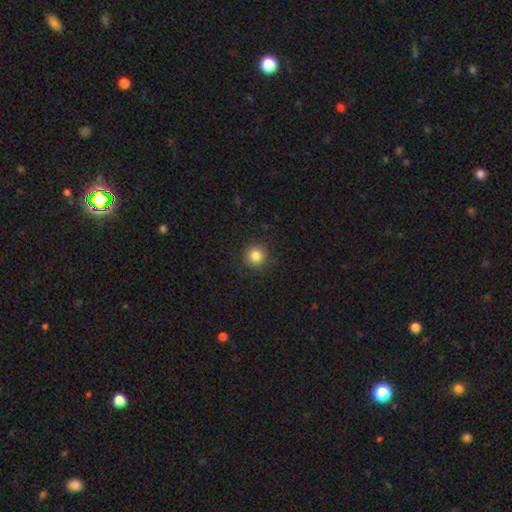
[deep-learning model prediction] A smooth galaxy with no disk features (84%) that is round (95%).

Vote fractions:
- Smooth or featured? smooth: 84% / star or artifact: 11% / featured or disk: 5%
- How rounded? round: 95% / in between: 4% / cigar-shaped: 1%
- Merging? none: 91% / minor disturbance: 6% / major disturbance: 2% / merger: 1%